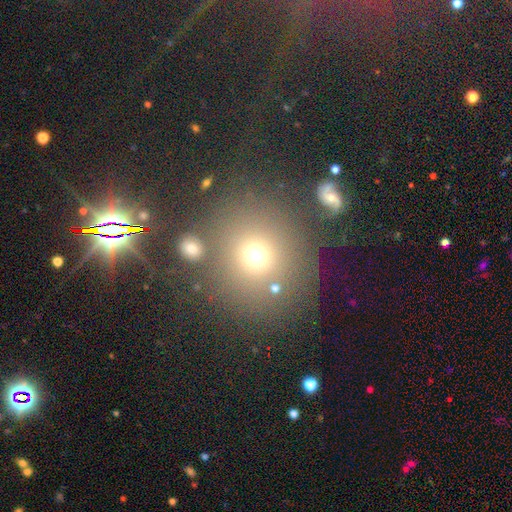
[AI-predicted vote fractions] A smooth galaxy with no disk features (63%) that is round (87%).

Vote fractions:
- Smooth or featured? smooth: 63% / star or artifact: 26% / featured or disk: 11%
- How rounded? round: 87% / in between: 12% / cigar-shaped: 1%
- Merging? none: 77% / minor disturbance: 9% / merger: 8% / major disturbance: 5%